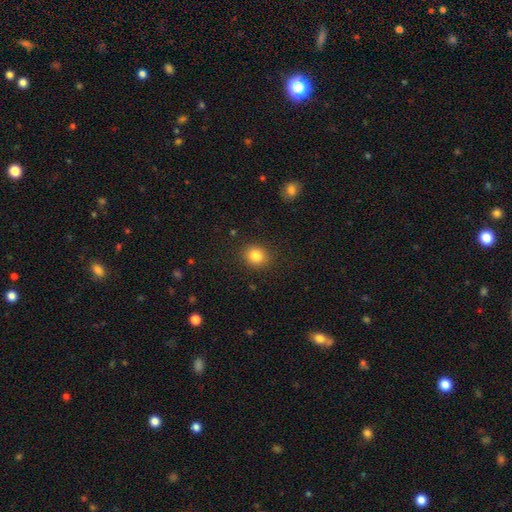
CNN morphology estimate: Smooth or featured? smooth (84%)
How rounded? round (74%)
Merging? none (88%)